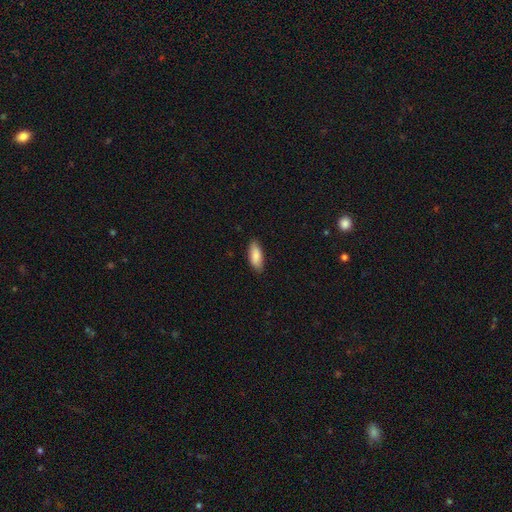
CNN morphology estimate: This is clearly a smooth galaxy (86%). How rounded: likely in between (79%). Merging: clearly none (84%).